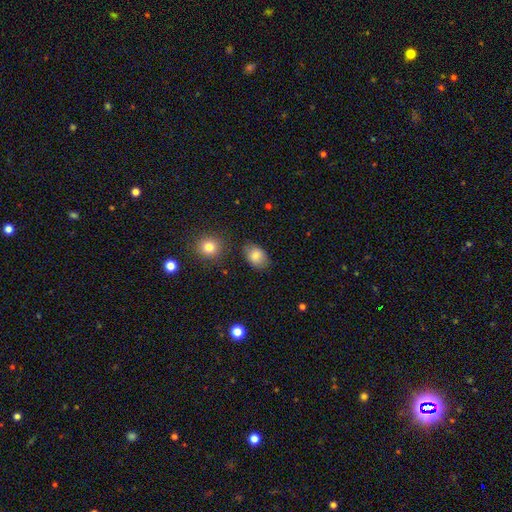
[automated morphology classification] Smooth or featured?
  - smooth: 83% *
  - star or artifact: 9%
  - featured or disk: 8%
How rounded?
  - in between: 75% *
  - round: 24%
  - cigar-shaped: 1%
Merging?
  - none: 76% *
  - minor disturbance: 17%
  - major disturbance: 4%
  - merger: 3%